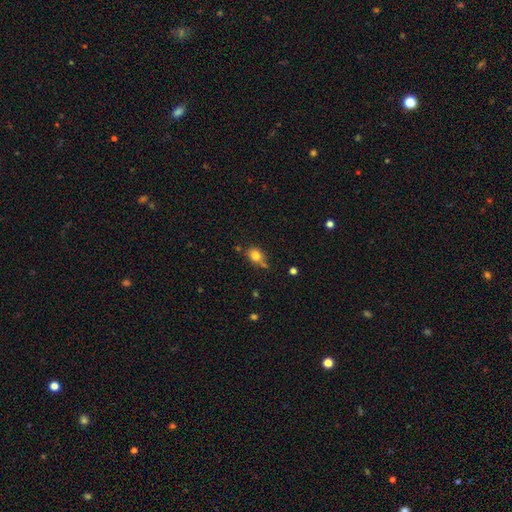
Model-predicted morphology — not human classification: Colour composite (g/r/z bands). It shows a smooth galaxy with no disk features (78%) that is round (50%). Merging: none (54%).